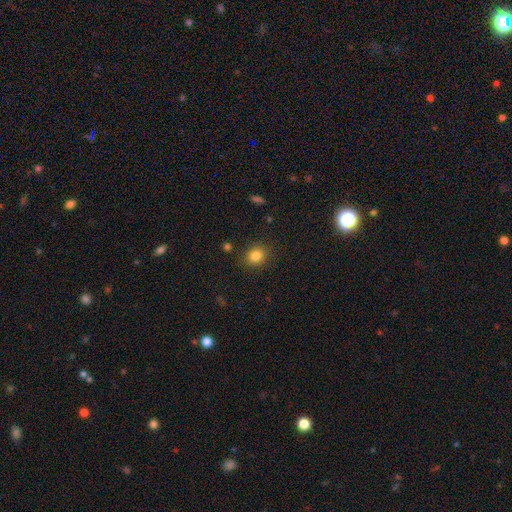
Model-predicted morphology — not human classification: smooth_or_featured: smooth (p=0.83) [alt: star or artifact p=0.12]
how_rounded: round (p=0.75) [alt: in between p=0.24]
merging: none (p=0.87) [alt: minor disturbance p=0.09]